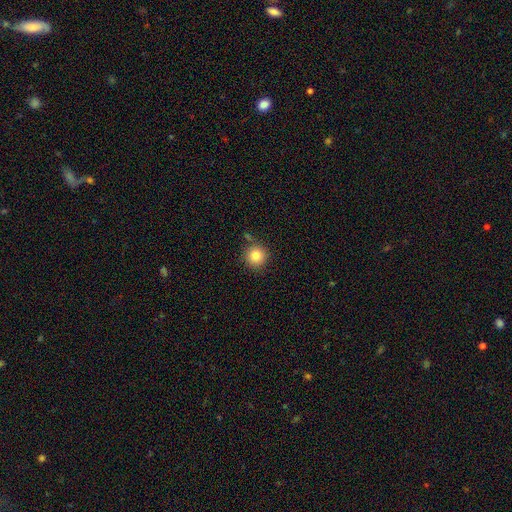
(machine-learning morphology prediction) Smooth or featured? smooth (84%)
How rounded? round (94%)
Merging? none (81%)